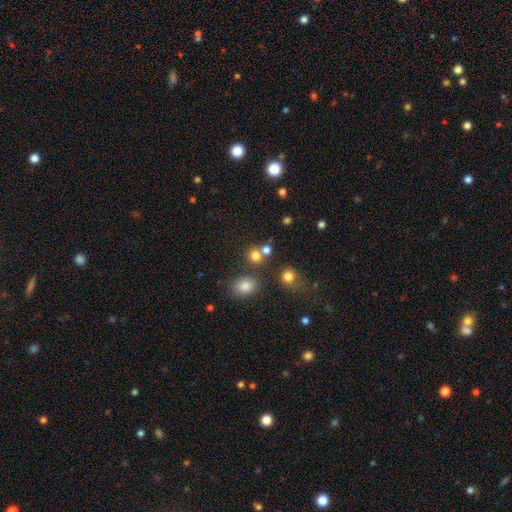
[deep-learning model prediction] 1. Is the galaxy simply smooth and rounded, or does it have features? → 77% smooth, 16% star or artifact, 7% featured or disk.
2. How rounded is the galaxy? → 83% round, 16% in between, 1% cigar-shaped.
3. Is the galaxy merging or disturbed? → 64% none, 23% merger, 8% minor disturbance, 4% major disturbance.